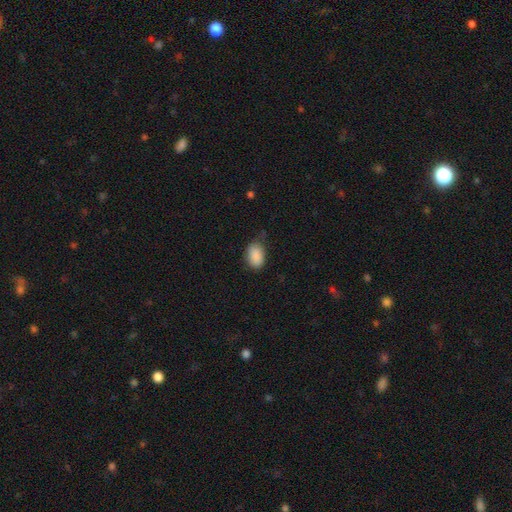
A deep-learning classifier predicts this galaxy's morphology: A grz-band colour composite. It shows a smooth galaxy with no disk features (89%) that is in between round and cigar-shaped (87%). Merging: none (68%).